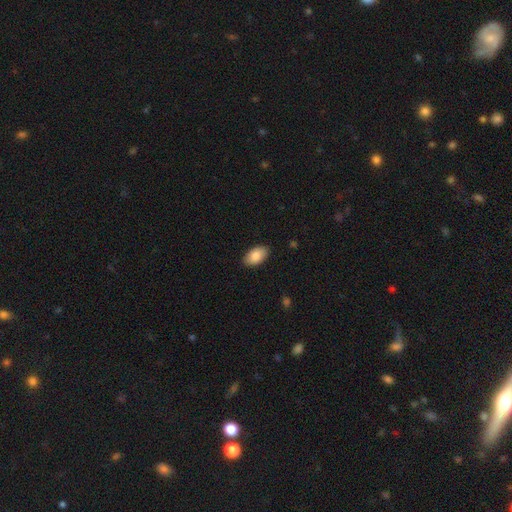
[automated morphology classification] A smooth galaxy with no disk features (88%) that is in between round and cigar-shaped (94%).

Vote fractions:
- Smooth or featured? smooth: 88% / featured or disk: 6% / star or artifact: 6%
- How rounded? in between: 94% / round: 4% / cigar-shaped: 1%
- Merging? none: 87% / minor disturbance: 10% / major disturbance: 2% / merger: 1%